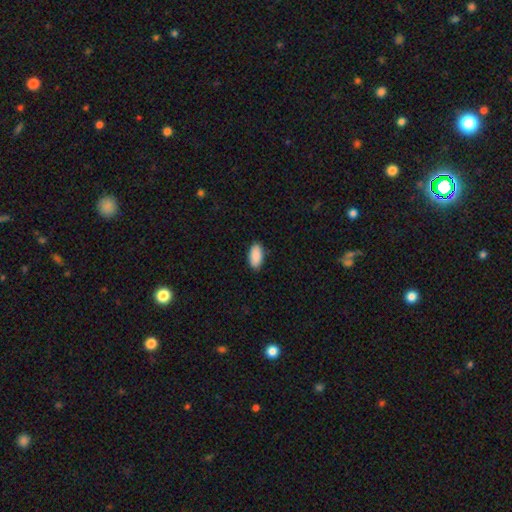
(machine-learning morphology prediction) A smooth galaxy with no disk features (91%) that is in between round and cigar-shaped (94%).

Vote fractions:
- Smooth or featured? smooth: 91% / star or artifact: 6% / featured or disk: 3%
- How rounded? in between: 94% / cigar-shaped: 4% / round: 2%
- Merging? none: 88% / minor disturbance: 9% / major disturbance: 2% / merger: 1%